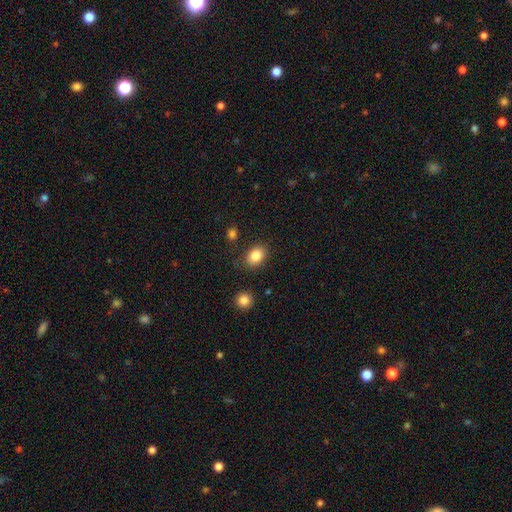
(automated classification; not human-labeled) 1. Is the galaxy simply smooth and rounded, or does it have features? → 85% smooth, 9% star or artifact, 6% featured or disk.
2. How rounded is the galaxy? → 69% in between, 30% round, 1% cigar-shaped.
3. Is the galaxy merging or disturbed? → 84% none, 11% minor disturbance, 3% major disturbance, 3% merger.